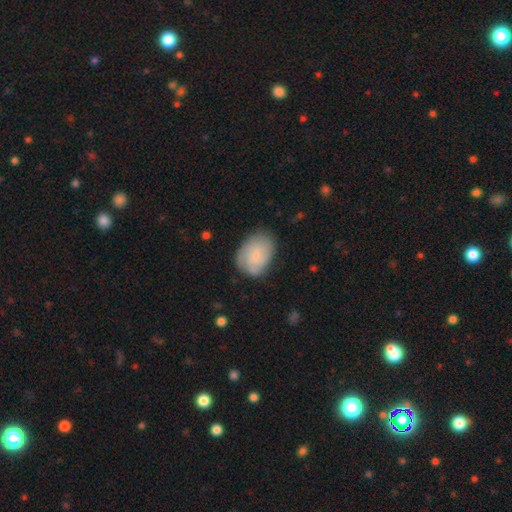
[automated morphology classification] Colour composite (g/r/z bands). It shows a smooth galaxy with no disk features (53%) that is in between round and cigar-shaped (78%). Merging: none (67%).